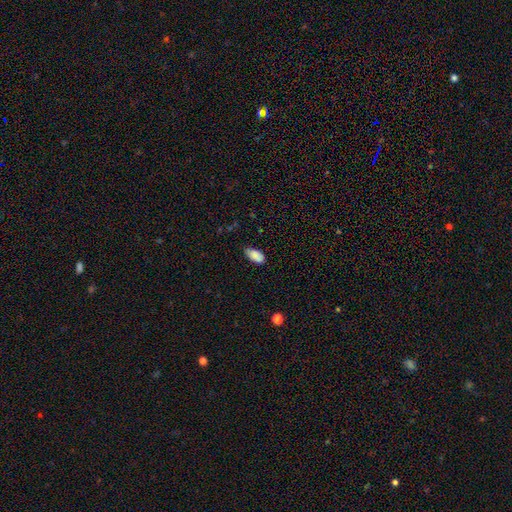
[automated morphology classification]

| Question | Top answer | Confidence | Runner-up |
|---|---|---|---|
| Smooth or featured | smooth | 86% | star or artifact (8%) |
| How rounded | in between | 93% | cigar-shaped (4%) |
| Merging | none | 67% | minor disturbance (27%) |